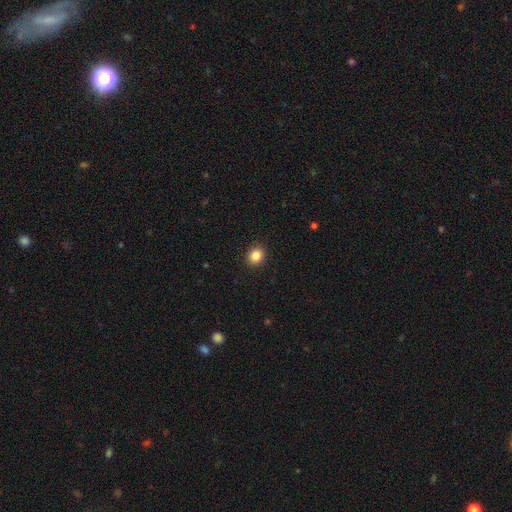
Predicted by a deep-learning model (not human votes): This appears to be a smooth galaxy with no disk features (86%) that is round (72%). Merging: none (91%).